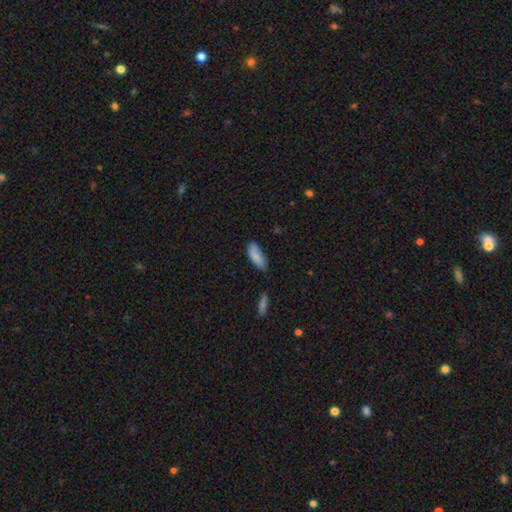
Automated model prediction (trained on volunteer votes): Smooth or featured: smooth — 84% (featured or disk — 9%)
How rounded: in between — 77% (cigar-shaped — 22%)
Merging: none — 58% (minor disturbance — 31%)